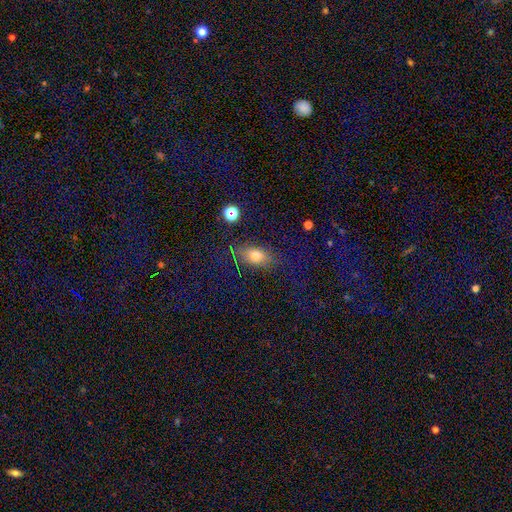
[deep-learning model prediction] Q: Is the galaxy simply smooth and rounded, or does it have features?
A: smooth — 68%.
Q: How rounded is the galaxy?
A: in between — 76%.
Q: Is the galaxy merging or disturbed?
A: none — 78%.